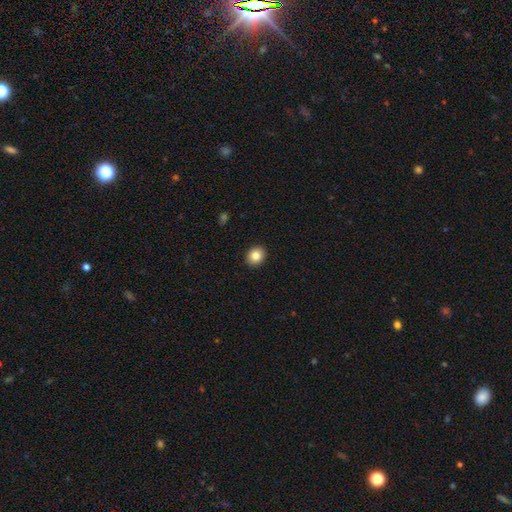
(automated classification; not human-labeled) Morphology: type=smooth (84%); roundness=round (67%); merging=none (92%).